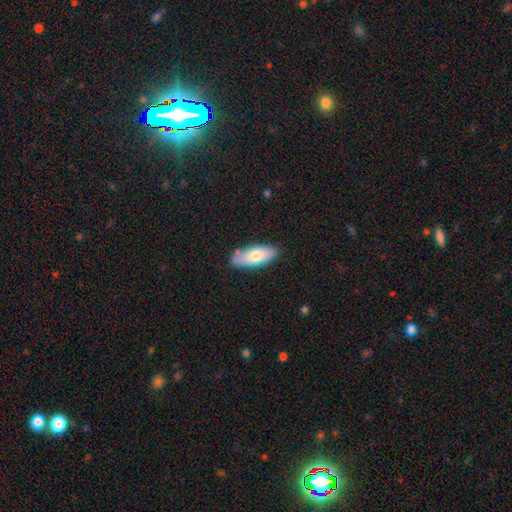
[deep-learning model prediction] smooth_or_featured: smooth (p=0.74) [alt: featured or disk p=0.20]
how_rounded: in between (p=0.78) [alt: cigar-shaped p=0.20]
merging: none (p=0.80) [alt: minor disturbance p=0.14]